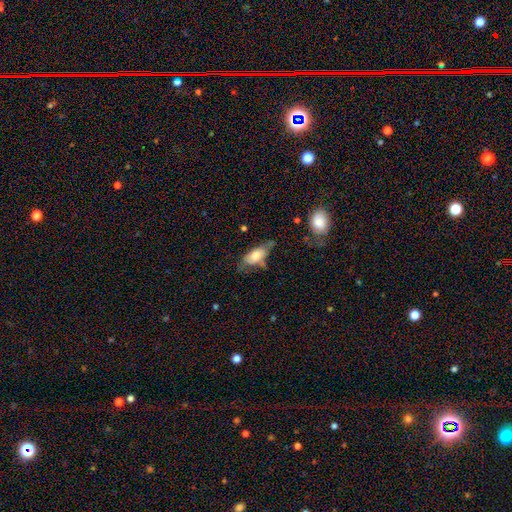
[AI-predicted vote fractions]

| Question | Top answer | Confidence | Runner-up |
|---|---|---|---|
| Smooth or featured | smooth | 70% | featured or disk (23%) |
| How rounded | in between | 82% | cigar-shaped (15%) |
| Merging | none | 46% | minor disturbance (33%) |